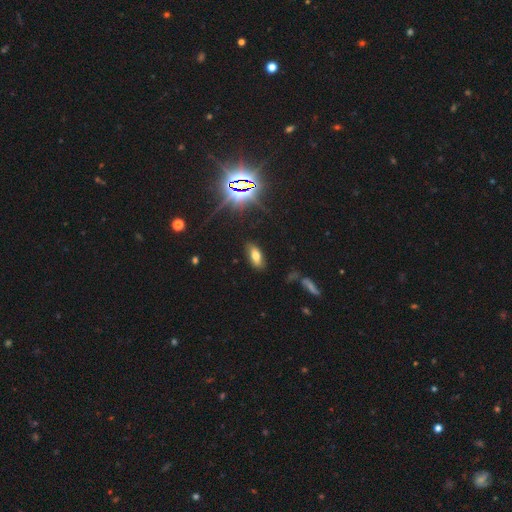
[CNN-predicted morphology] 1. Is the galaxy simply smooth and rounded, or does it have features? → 64% smooth, 21% star or artifact, 14% featured or disk.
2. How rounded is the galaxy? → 86% in between, 10% cigar-shaped, 4% round.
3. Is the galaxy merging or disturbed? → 85% none, 11% minor disturbance, 3% major disturbance, 2% merger.